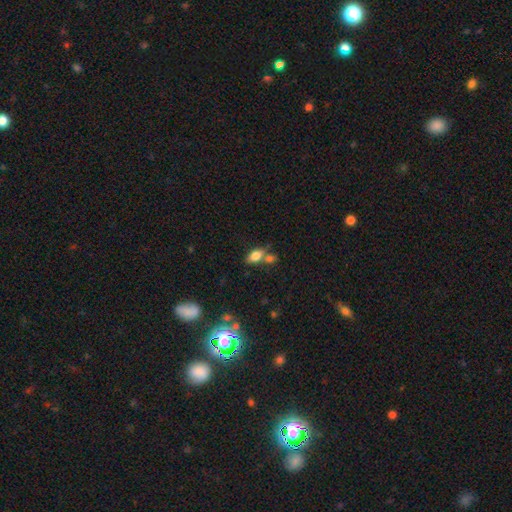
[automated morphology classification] A smooth galaxy with no disk features (75%) that is in between round and cigar-shaped (84%). Merging: none (48%).